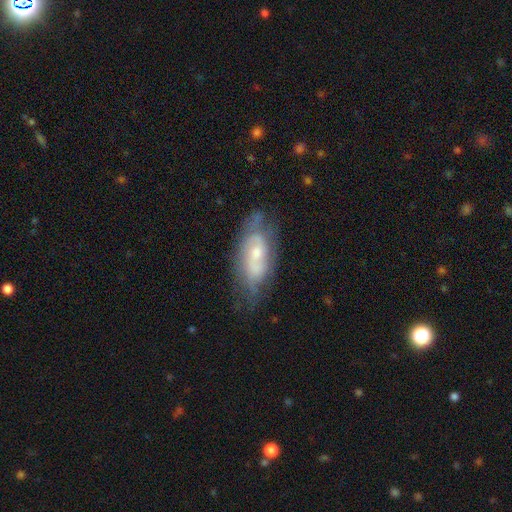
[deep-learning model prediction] This appears to be a featured or disk galaxy (67%) with no bar (64%), spiral arms (74%) and a moderate central bulge (48%). Merging: none (61%).